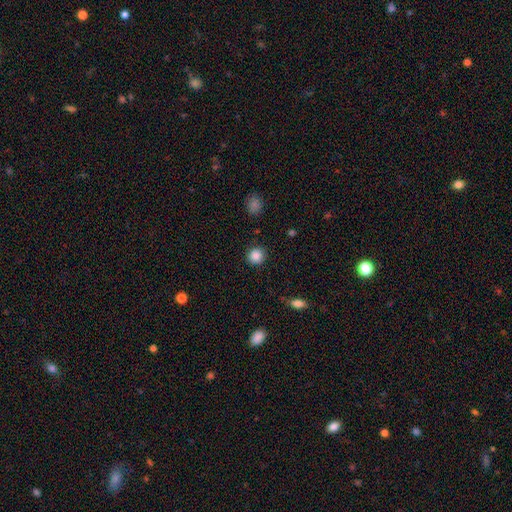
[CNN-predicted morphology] This is clearly a smooth galaxy (87%). How rounded: clearly round (92%). Merging: clearly none (90%).